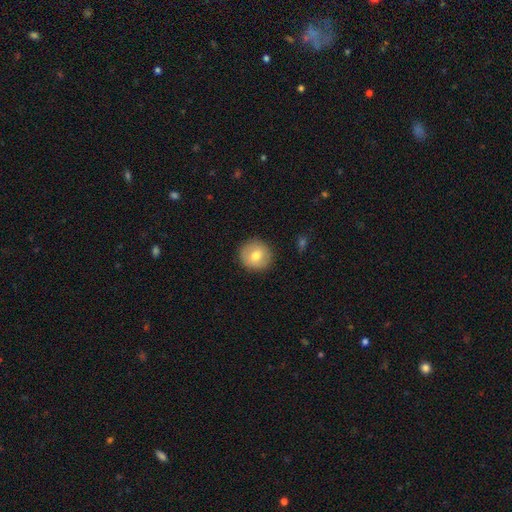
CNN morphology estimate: smooth-or-featured: smooth: 72% | featured or disk: 20% | star or artifact: 8%
  how-rounded: round: 93% | in between: 6% | cigar-shaped: 1%
  merging: none: 89% | minor disturbance: 8% | major disturbance: 2% | merger: 1%